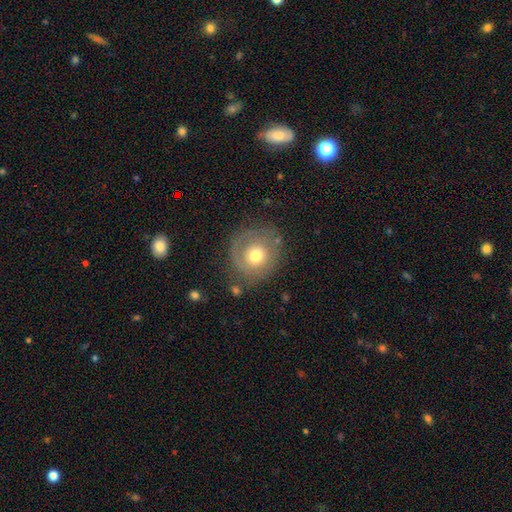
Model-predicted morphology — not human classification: smooth_or_featured: smooth (p=0.51) [alt: featured or disk p=0.40]
how_rounded: round (p=0.88) [alt: in between p=0.11]
merging: none (p=0.71) [alt: minor disturbance p=0.17]